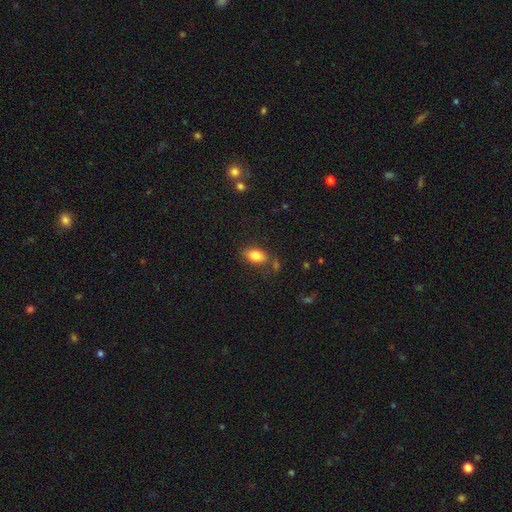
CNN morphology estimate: smooth_or_featured: smooth (p=0.83) [alt: featured or disk p=0.09]
how_rounded: in between (p=0.89) [alt: round p=0.08]
merging: none (p=0.74) [alt: minor disturbance p=0.15]